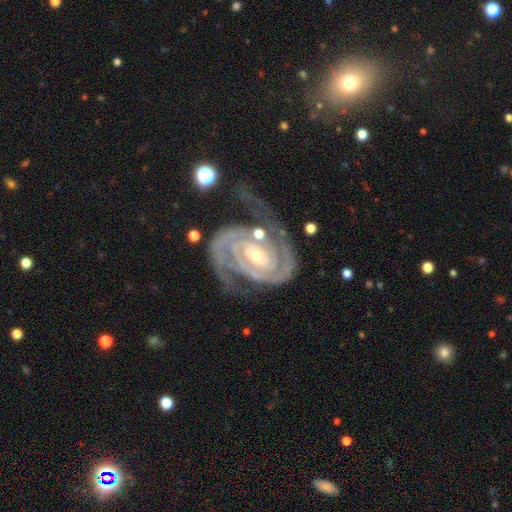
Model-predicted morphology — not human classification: Q: Smooth or featured?
A: featured or disk (93%); runner-up: star or artifact (5%)
Q: Edge-on disk?
A: no (98%); runner-up: yes (2%)
Q: Bar?
A: weak (41%); runner-up: strong (30%)
Q: Spiral arms?
A: yes (99%); runner-up: no (1%)
Q: Spiral winding?
A: tight (71%); runner-up: medium (25%)
Q: Spiral arm count?
A: 2 (83%); runner-up: 3 (7%)
Q: Bulge size?
A: small (64%); runner-up: moderate (31%)
Q: Merging?
A: none (61%); runner-up: minor disturbance (19%)